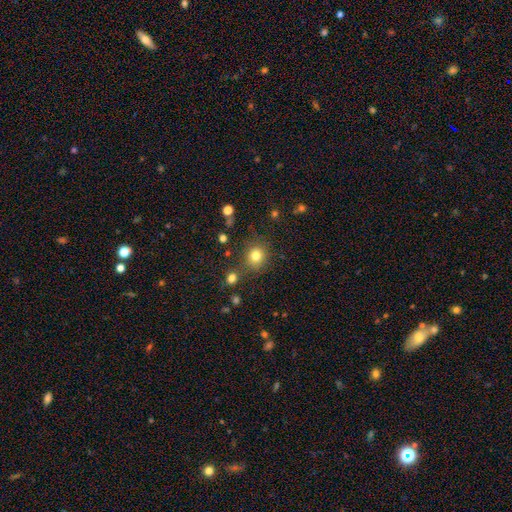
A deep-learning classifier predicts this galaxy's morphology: Q: Smooth or featured?
A: smooth (79%); runner-up: star or artifact (14%)
Q: How rounded?
A: round (82%); runner-up: in between (17%)
Q: Merging?
A: none (79%); runner-up: minor disturbance (11%)